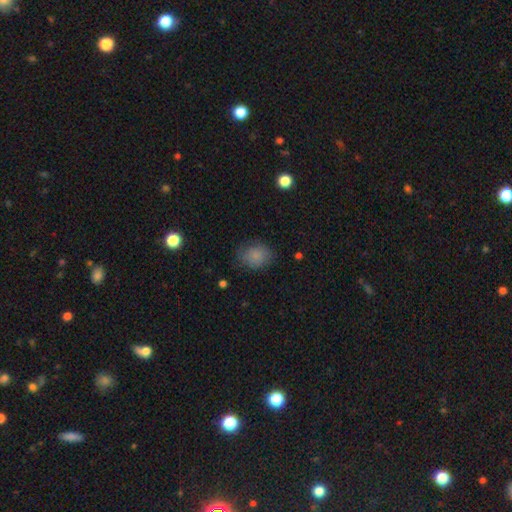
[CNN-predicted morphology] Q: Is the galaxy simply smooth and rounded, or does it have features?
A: smooth — 83%.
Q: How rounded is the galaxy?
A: round — 60%.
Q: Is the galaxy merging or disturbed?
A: none — 76%.